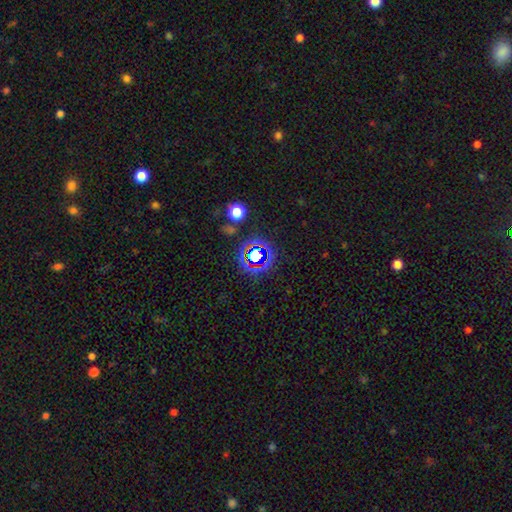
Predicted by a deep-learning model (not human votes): Overall: star or artifact (68%).